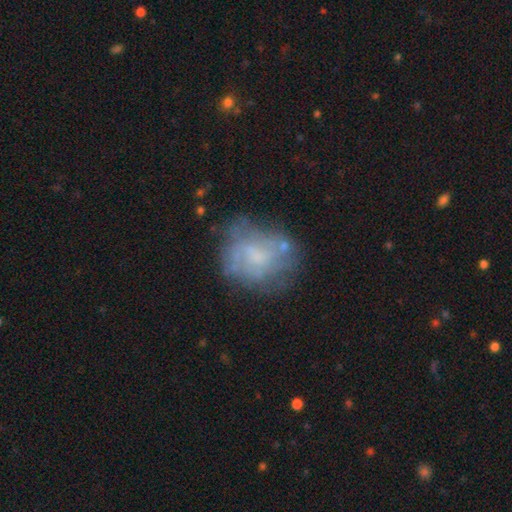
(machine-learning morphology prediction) This appears to be a featured or disk galaxy (53%) with no bar (73%), no spiral arms (61%) and no central bulge (41%). Merging: none (54%).